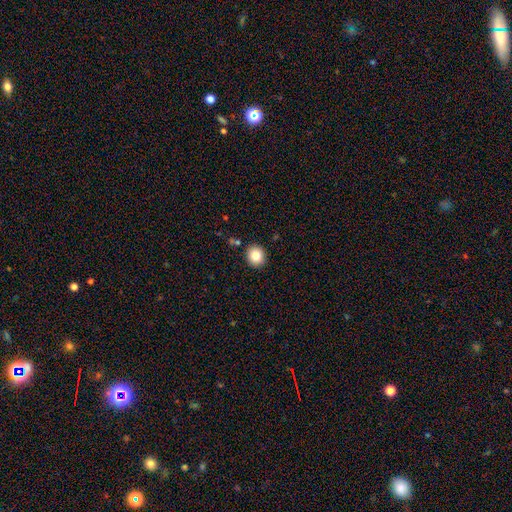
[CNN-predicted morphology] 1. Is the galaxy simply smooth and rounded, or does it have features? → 84% smooth, 10% star or artifact, 7% featured or disk.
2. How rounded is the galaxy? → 78% round, 21% in between, 1% cigar-shaped.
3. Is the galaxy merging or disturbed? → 89% none, 7% minor disturbance, 2% merger, 2% major disturbance.